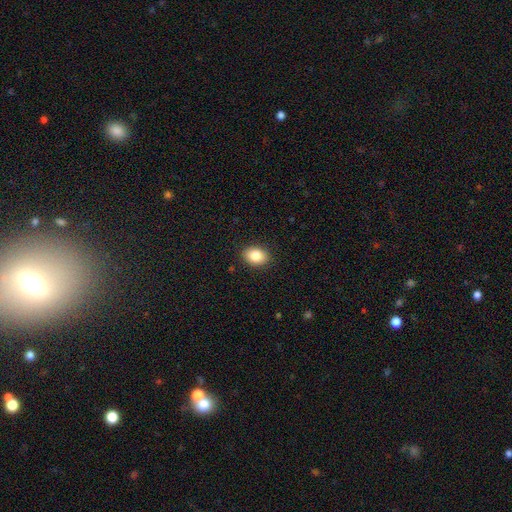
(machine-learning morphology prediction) A smooth galaxy with no disk features (84%) that is in between round and cigar-shaped (69%).

Vote fractions:
- Smooth or featured? smooth: 84% / star or artifact: 8% / featured or disk: 7%
- How rounded? in between: 69% / round: 30% / cigar-shaped: 1%
- Merging? none: 89% / minor disturbance: 8% / major disturbance: 2% / merger: 1%